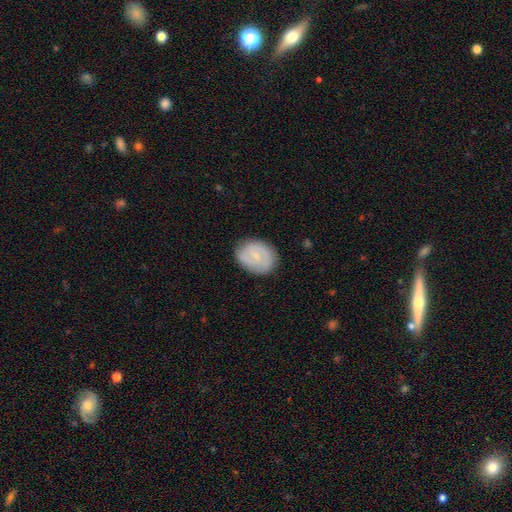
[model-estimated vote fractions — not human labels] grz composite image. It shows a featured or disk galaxy (47%). Merging: none (82%).